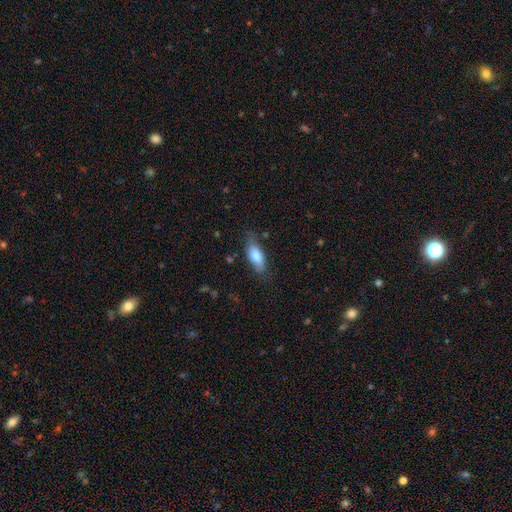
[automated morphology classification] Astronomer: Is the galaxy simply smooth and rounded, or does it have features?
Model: smooth — 73%.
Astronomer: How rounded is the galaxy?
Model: in between — 76%.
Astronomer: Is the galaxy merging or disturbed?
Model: none — 70%.